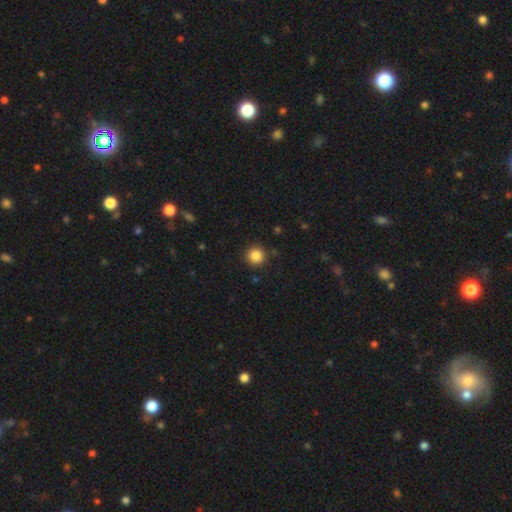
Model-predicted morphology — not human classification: Smooth or featured?
  - smooth: 86% *
  - star or artifact: 11%
  - featured or disk: 4%
How rounded?
  - round: 95% *
  - in between: 4%
  - cigar-shaped: 1%
Merging?
  - none: 90% *
  - minor disturbance: 6%
  - major disturbance: 2%
  - merger: 1%